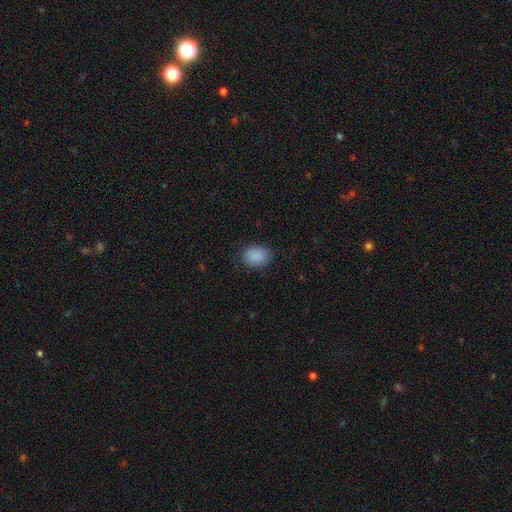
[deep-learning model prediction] This appears to be a smooth galaxy with no disk features (88%) that is in between round and cigar-shaped (72%). Merging: none (80%).